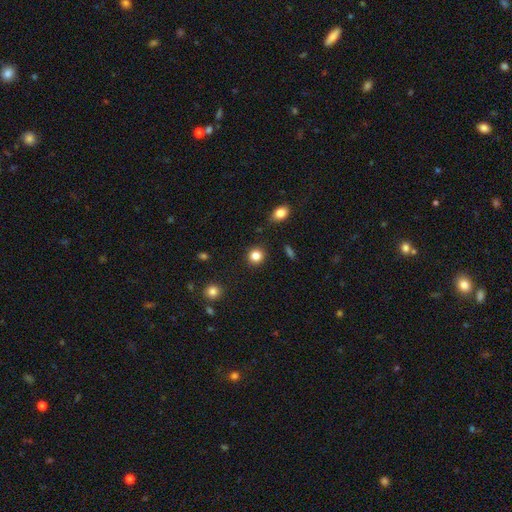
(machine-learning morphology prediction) This is clearly a smooth galaxy (84%). How rounded: clearly round (90%). Merging: clearly none (90%).